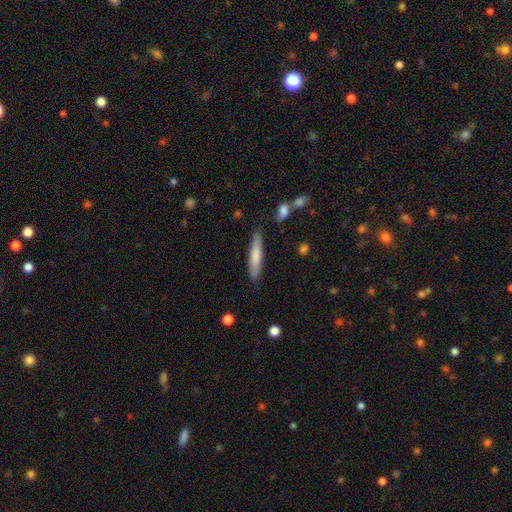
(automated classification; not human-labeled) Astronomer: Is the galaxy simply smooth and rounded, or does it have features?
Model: smooth — 75%.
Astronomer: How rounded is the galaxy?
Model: cigar-shaped — 89%.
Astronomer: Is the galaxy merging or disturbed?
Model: none — 86%.